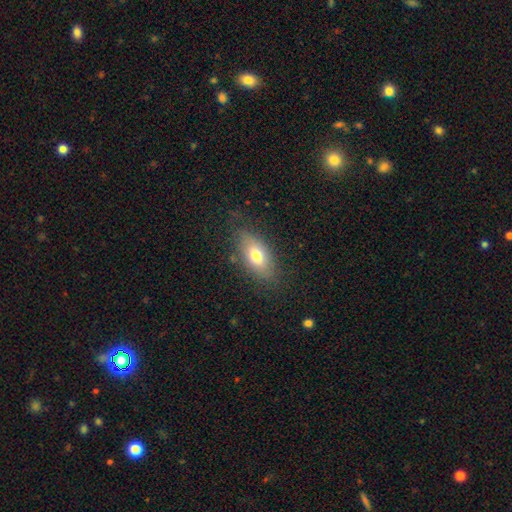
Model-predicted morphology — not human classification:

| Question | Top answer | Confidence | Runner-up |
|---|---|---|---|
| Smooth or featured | smooth | 71% | featured or disk (20%) |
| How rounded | in between | 86% | cigar-shaped (8%) |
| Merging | none | 77% | minor disturbance (16%) |